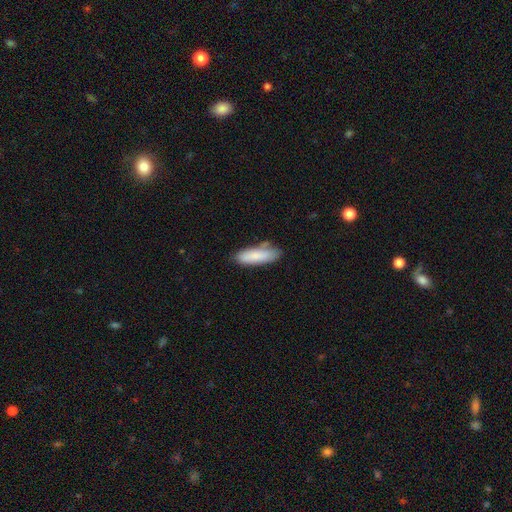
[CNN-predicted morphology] smooth_or_featured: smooth (p=0.84) [alt: featured or disk p=0.10]
how_rounded: in between (p=0.51) [alt: cigar-shaped p=0.48]
merging: none (p=0.68) [alt: minor disturbance p=0.22]